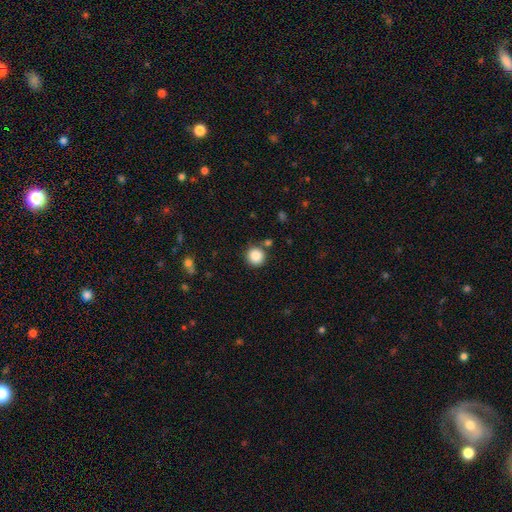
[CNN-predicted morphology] type=smooth (87%); roundness=round (92%); merging=none (82%).